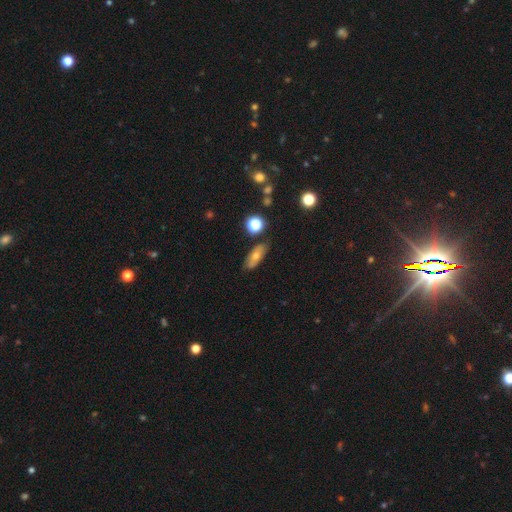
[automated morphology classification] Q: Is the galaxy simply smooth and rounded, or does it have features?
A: smooth — 63%.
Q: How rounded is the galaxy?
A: in between — 67%.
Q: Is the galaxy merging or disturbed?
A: none — 81%.